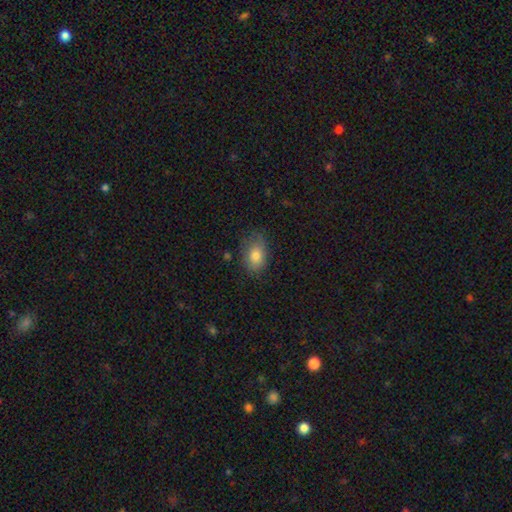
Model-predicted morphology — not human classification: Smooth or featured: smooth — 81% (featured or disk — 11%)
How rounded: in between — 81% (round — 17%)
Merging: none — 68% (minor disturbance — 24%)